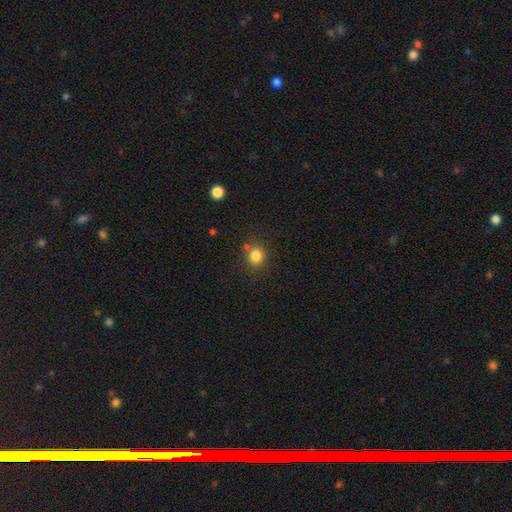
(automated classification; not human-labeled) Q: Smooth or featured?
A: smooth (82%); runner-up: star or artifact (12%)
Q: How rounded?
A: round (75%); runner-up: in between (24%)
Q: Merging?
A: none (76%); runner-up: minor disturbance (12%)